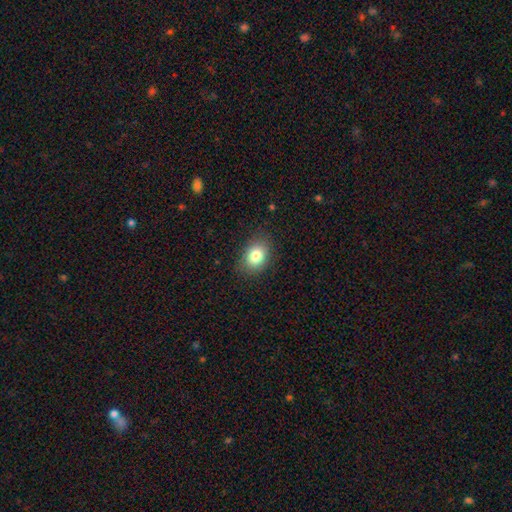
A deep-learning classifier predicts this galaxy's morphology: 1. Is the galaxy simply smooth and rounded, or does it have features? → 81% smooth, 10% star or artifact, 9% featured or disk.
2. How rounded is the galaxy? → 66% in between, 33% round, 1% cigar-shaped.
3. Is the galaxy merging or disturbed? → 85% none, 11% minor disturbance, 3% major disturbance, 1% merger.